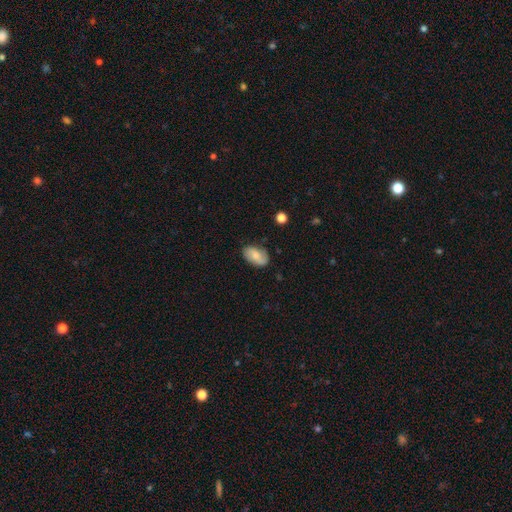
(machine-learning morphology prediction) A smooth galaxy with no disk features (63%) that is in between round and cigar-shaped (92%).

Vote fractions:
- Smooth or featured? smooth: 63% / featured or disk: 29% / star or artifact: 8%
- How rounded? in between: 92% / round: 6% / cigar-shaped: 2%
- Merging? none: 75% / minor disturbance: 19% / major disturbance: 4% / merger: 2%